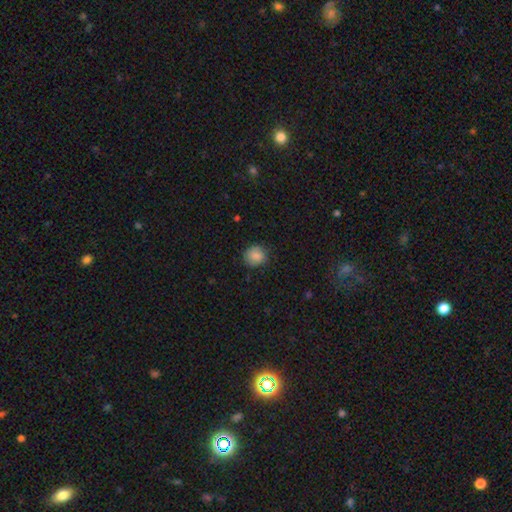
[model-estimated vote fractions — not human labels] Smooth or featured?
  - smooth: 85% *
  - star or artifact: 8%
  - featured or disk: 7%
How rounded?
  - round: 84% *
  - in between: 15%
  - cigar-shaped: 1%
Merging?
  - none: 79% *
  - minor disturbance: 16%
  - major disturbance: 4%
  - merger: 1%